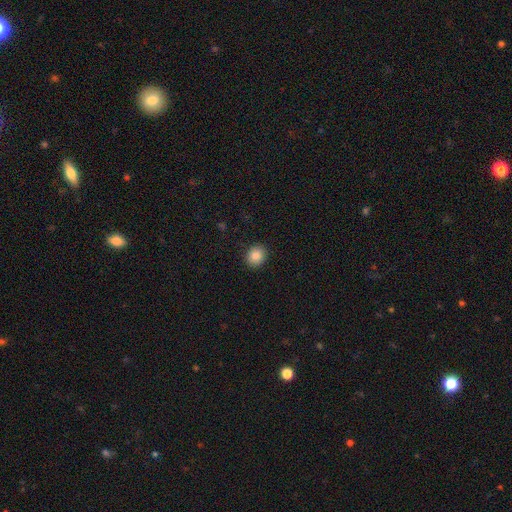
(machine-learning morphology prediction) Smooth or featured? smooth (87%)
How rounded? round (72%)
Merging? none (90%)